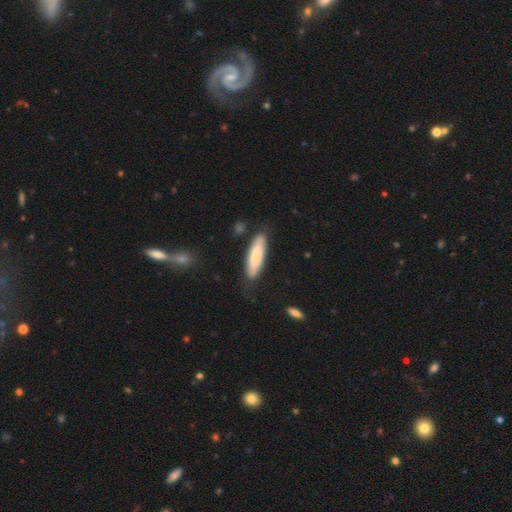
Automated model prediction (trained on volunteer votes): smooth 77%, featured or disk 18%, star or artifact 6%. Down the decision tree: how rounded — cigar-shaped (62%); merging — none (75%).